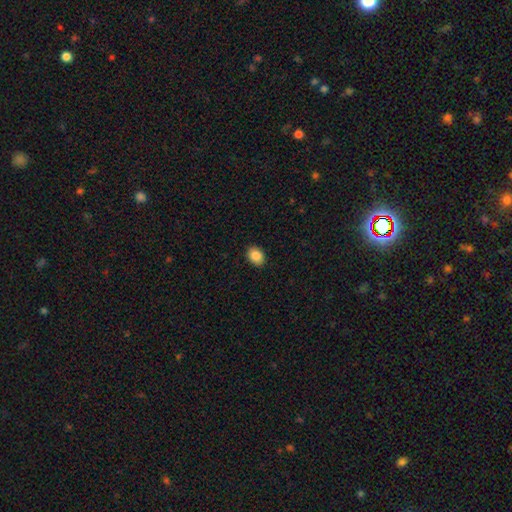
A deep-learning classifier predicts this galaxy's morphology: type=smooth (87%); roundness=in between (70%); merging=none (89%).